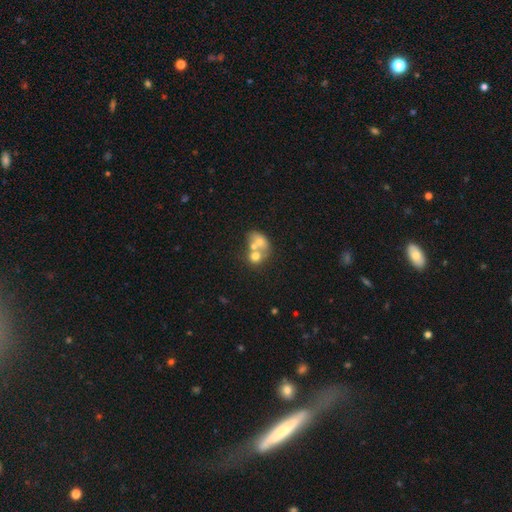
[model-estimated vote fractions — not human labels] Smooth or featured? Predicted: smooth (p=0.58). How rounded? Predicted: round (p=0.58). Merging? Predicted: merger (p=0.63).